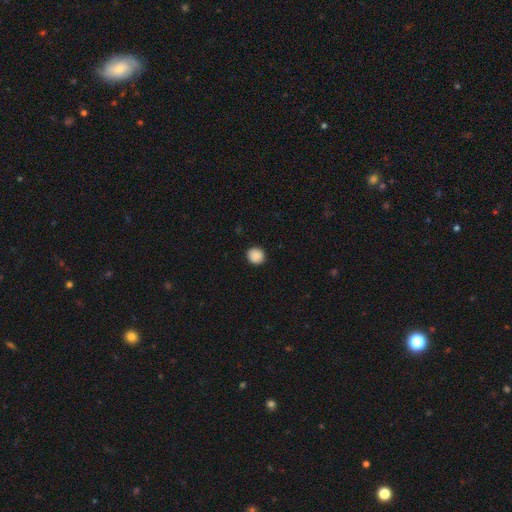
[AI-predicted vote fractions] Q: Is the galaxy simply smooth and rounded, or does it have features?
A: smooth — 89%.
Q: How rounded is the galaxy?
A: round — 89%.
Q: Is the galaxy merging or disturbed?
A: none — 91%.